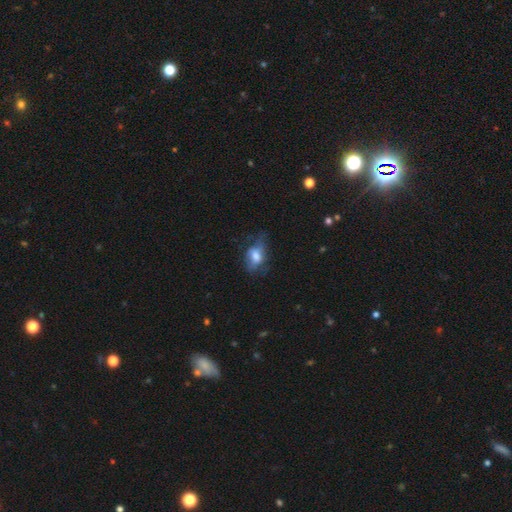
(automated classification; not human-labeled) A smooth galaxy with no disk features (61%) that is in between round and cigar-shaped (82%).

Vote fractions:
- Smooth or featured? smooth: 61% / featured or disk: 29% / star or artifact: 10%
- How rounded? in between: 82% / round: 15% / cigar-shaped: 4%
- Merging? none: 43% / minor disturbance: 30% / major disturbance: 25% / merger: 2%